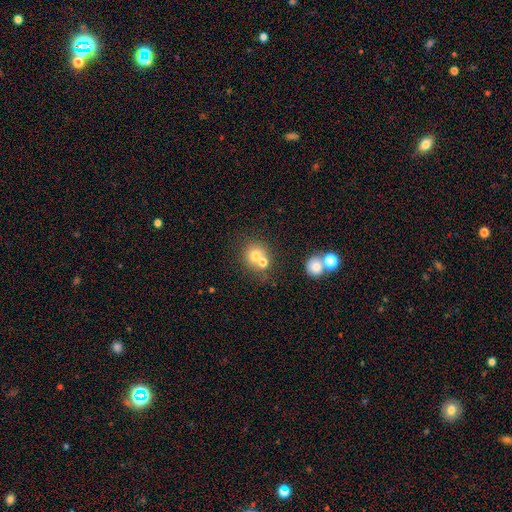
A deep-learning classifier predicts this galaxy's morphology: This appears to be a smooth galaxy with no disk features (71%) that is round (85%). Merging: none (48%).